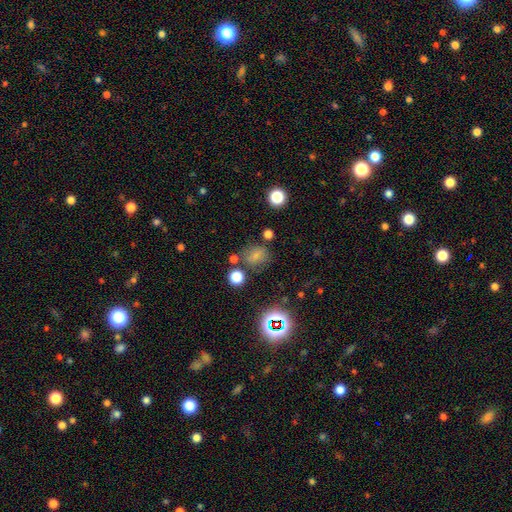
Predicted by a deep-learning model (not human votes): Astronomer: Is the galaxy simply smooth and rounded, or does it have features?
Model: smooth — 63%.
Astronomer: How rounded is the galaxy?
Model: round — 57% (runner-up: in between, 42%).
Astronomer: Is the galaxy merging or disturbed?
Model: none — 68%.